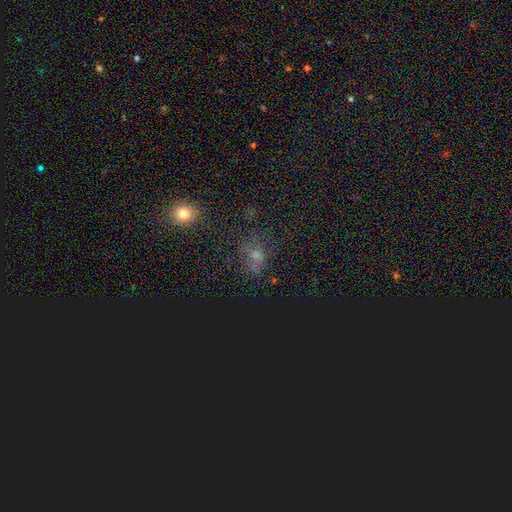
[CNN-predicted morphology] Smooth or featured? smooth (43%)
Merging? none (58%)